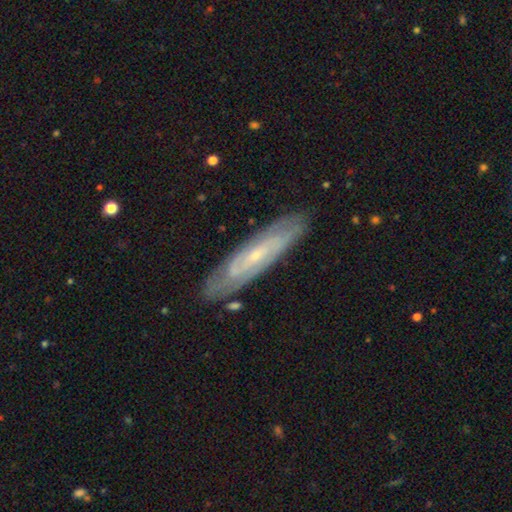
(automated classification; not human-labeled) A featured or disk galaxy (75%) with no bar (51%), spiral arms (85%) and a small central bulge (78%). Merging: none (84%).